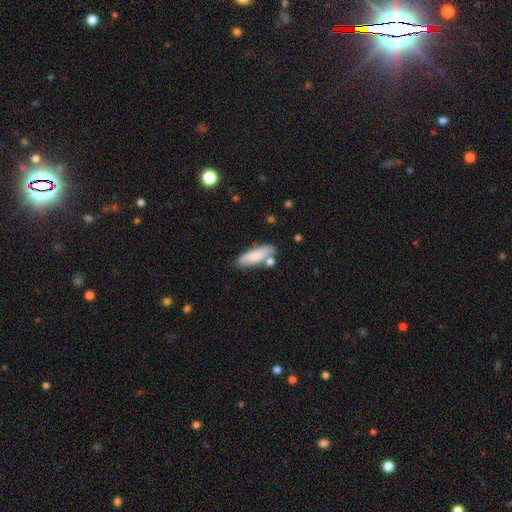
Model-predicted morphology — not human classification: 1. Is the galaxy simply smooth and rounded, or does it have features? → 80% smooth, 14% featured or disk, 6% star or artifact.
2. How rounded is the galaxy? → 51% in between, 47% cigar-shaped, 2% round.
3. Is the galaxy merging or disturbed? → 67% none, 16% minor disturbance, 13% merger, 4% major disturbance.